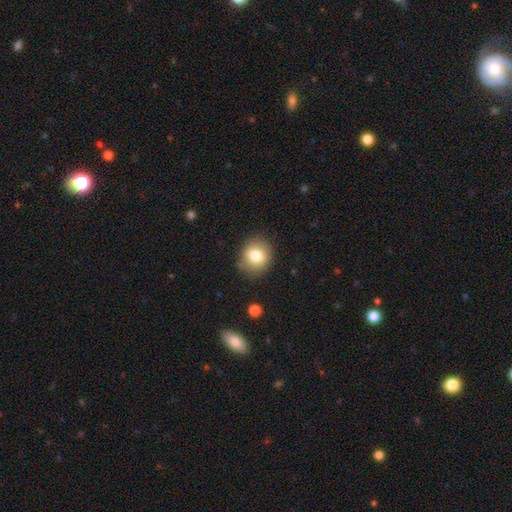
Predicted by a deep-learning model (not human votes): smooth_or_featured: smooth (p=0.78) [alt: featured or disk p=0.12]
how_rounded: round (p=0.77) [alt: in between p=0.22]
merging: none (p=0.84) [alt: minor disturbance p=0.11]